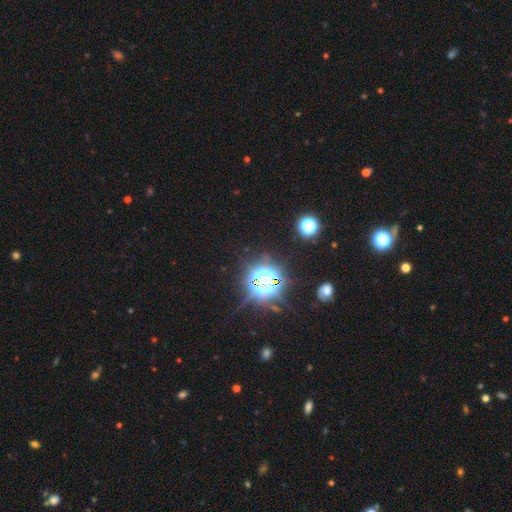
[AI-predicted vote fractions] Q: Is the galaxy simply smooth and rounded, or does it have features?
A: star or artifact — 83%.